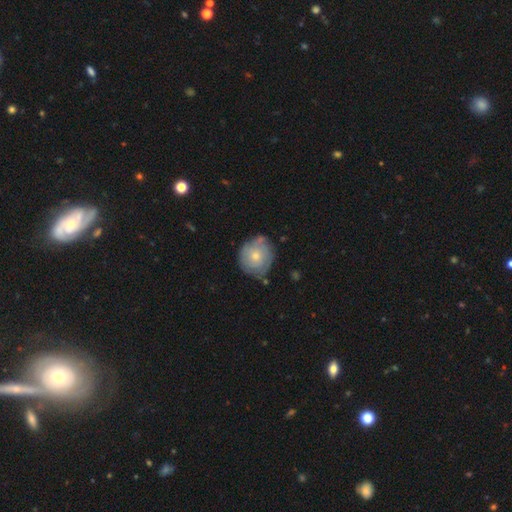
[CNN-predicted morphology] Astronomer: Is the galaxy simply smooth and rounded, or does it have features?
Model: smooth — 52% (runner-up: featured or disk, 41%).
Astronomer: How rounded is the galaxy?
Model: round — 83%.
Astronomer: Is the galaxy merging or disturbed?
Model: none — 66%.